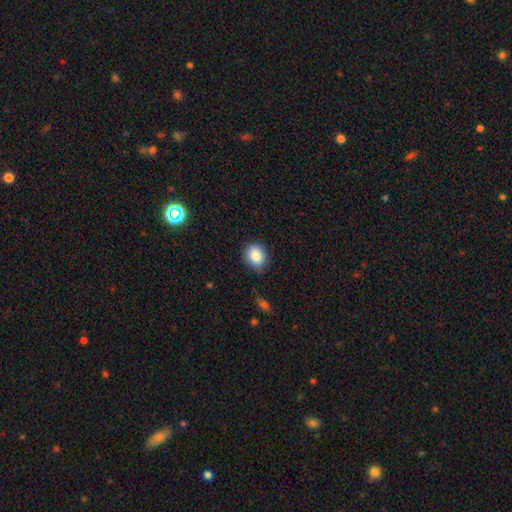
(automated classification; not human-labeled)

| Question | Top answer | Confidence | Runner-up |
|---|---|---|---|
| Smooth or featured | smooth | 86% | star or artifact (9%) |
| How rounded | round | 58% | in between (41%) |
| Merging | none | 78% | minor disturbance (17%) |